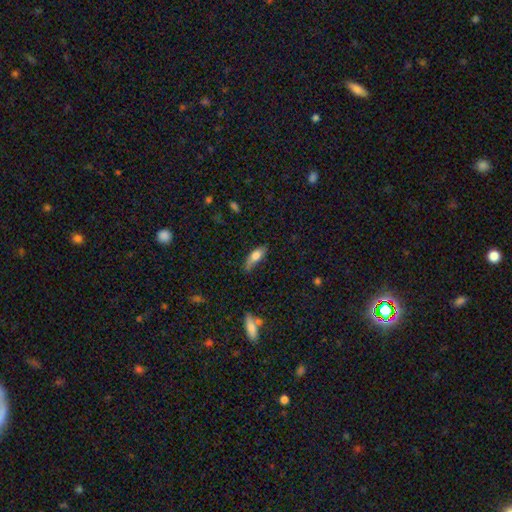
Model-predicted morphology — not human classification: Smooth or featured: smooth — 70% (featured or disk — 22%)
How rounded: in between — 64% (cigar-shaped — 33%)
Merging: none — 56% (minor disturbance — 32%)